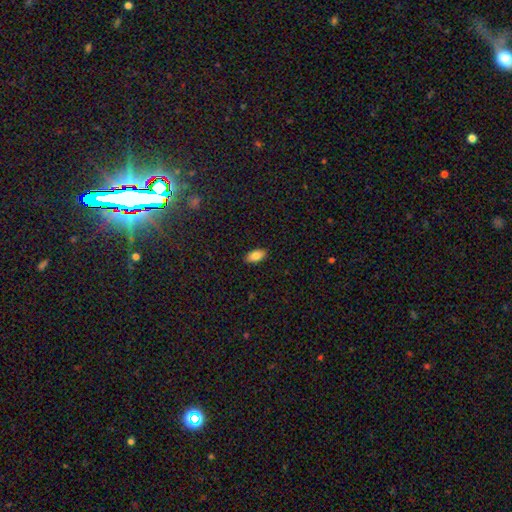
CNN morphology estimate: The model was most divided on "smooth or featured": smooth: 84%, featured or disk: 9%, star or artifact: 7%. More confident: how rounded — in between (91%); merging — none (89%).